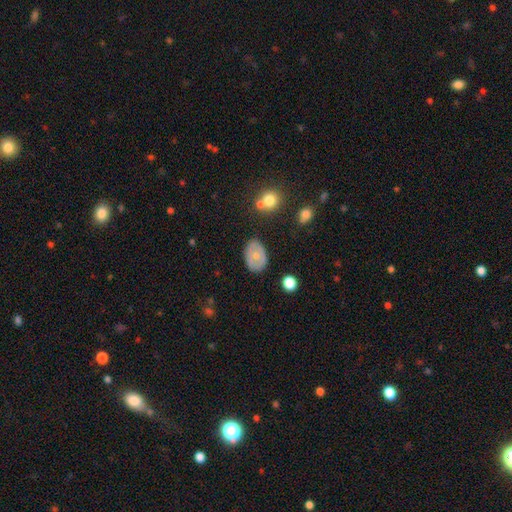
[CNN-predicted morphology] Smooth or featured? Predicted: smooth (p=0.54). How rounded? Predicted: in between (p=0.79). Merging? Predicted: none (p=0.77).